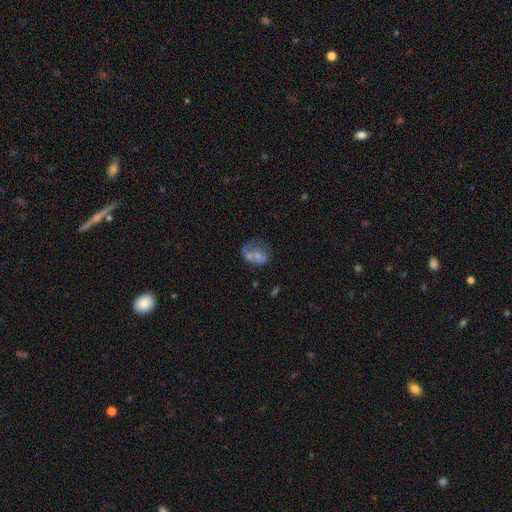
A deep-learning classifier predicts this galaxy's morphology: This is possibly a smooth galaxy (51%). How rounded: possibly in between (52%). Merging: marginally merger (31%).